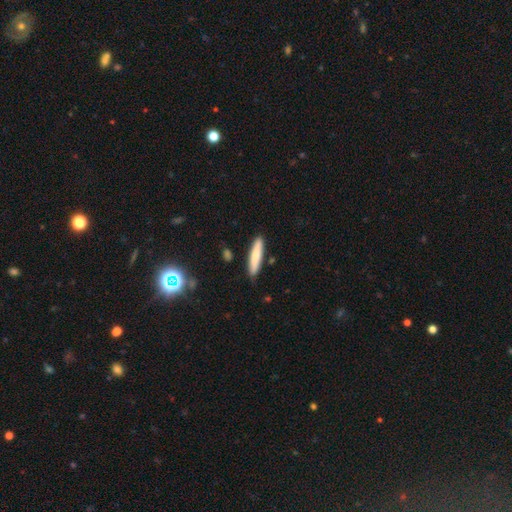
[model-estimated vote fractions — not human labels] Smooth or featured? Predicted: smooth (p=0.77). How rounded? Predicted: cigar-shaped (p=0.87). Merging? Predicted: none (p=0.86).